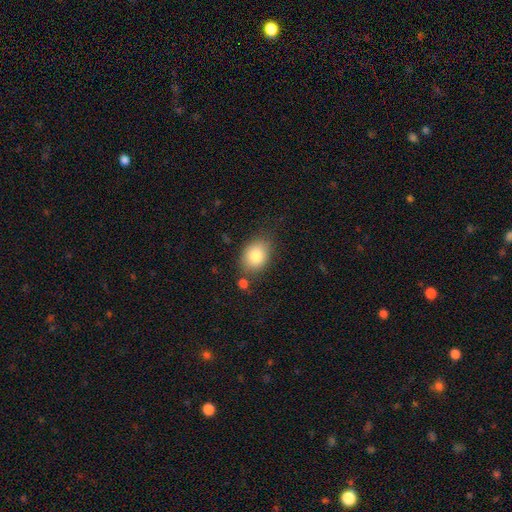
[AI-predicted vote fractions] Overall: smooth (81%). How rounded: in between (65%; round 33%). Merging: none (74%).